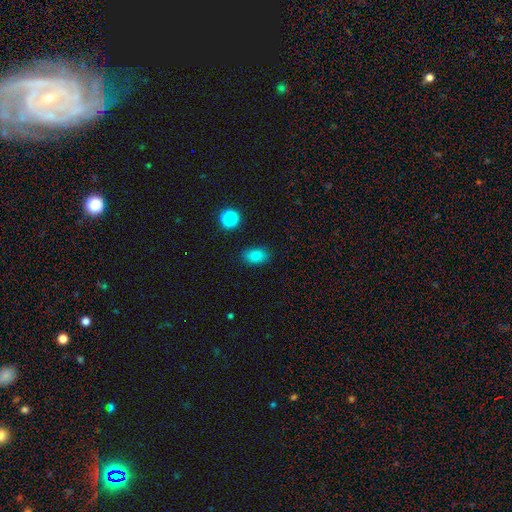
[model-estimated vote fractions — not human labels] Smooth or featured? Predicted: smooth (p=0.80). How rounded? Predicted: in between (p=0.84). Merging? Predicted: none (p=0.86).